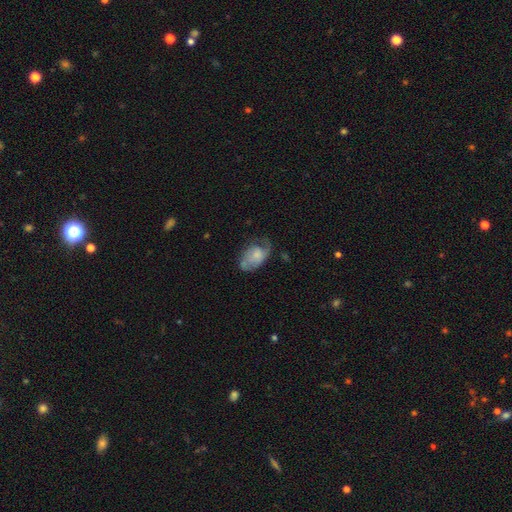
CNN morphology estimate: Smooth or featured: featured or disk — 53% (smooth — 40%)
Edge-on disk: no — 96% (yes — 4%)
Bar: no — 75% (weak — 22%)
Spiral arms: yes — 77% (no — 23%)
Bulge size: small — 39% (moderate — 30%)
Merging: none — 43% (minor disturbance — 31%)